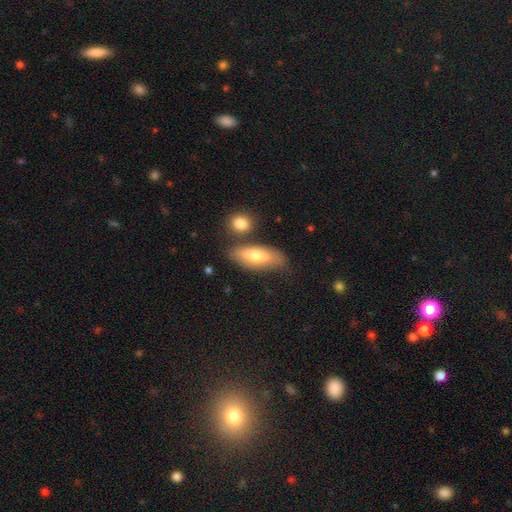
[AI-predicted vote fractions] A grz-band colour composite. It shows a smooth galaxy with no disk features (67%) that is in between round and cigar-shaped (67%). Merging: none (67%).